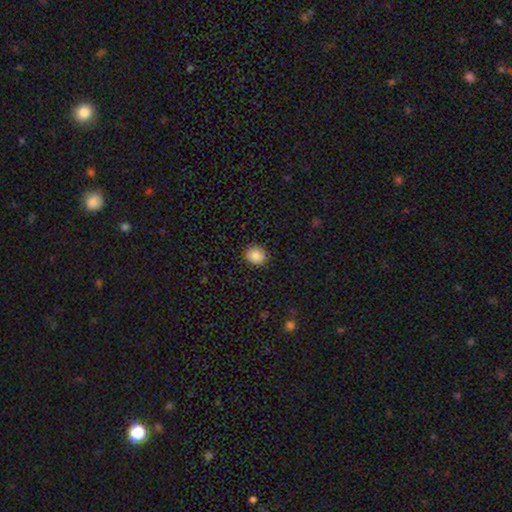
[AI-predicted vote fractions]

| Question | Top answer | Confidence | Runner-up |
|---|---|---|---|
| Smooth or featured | smooth | 88% | star or artifact (9%) |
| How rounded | round | 57% | in between (42%) |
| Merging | none | 89% | minor disturbance (8%) |